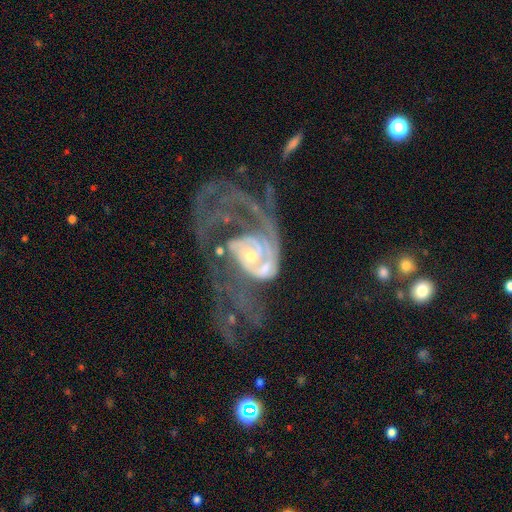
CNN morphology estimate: type=featured or disk (85%); edge-on=no (97%); bar=no (72%); spiral arms=yes (84%); winding=medium (38%); arm count=2 (39%); bulge=small (47%); merging=major disturbance (53%).